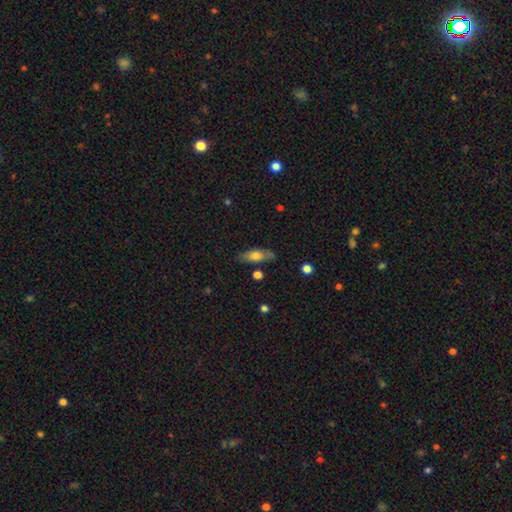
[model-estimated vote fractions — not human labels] This is likely a smooth galaxy (67%). How rounded: likely in between (71%). Merging: likely none (76%).